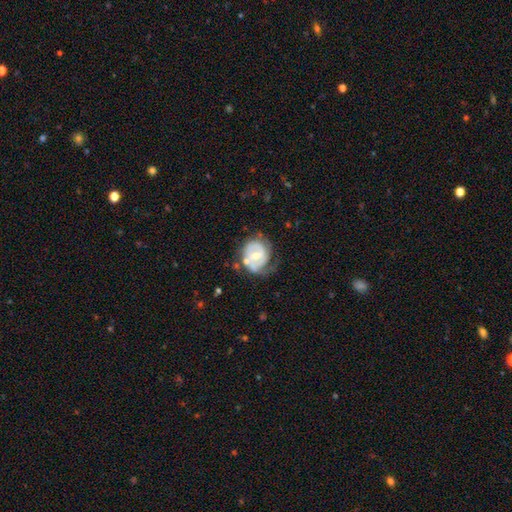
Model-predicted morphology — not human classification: smooth_or_featured: featured or disk (p=0.66) [alt: smooth p=0.28]
disk_edge_on: no (p=0.97) [alt: yes p=0.03]
bar: weak (p=0.43) [tied with: no p=0.43]
has_spiral_arms: yes (p=0.67) [alt: no p=0.33]
bulge_size: moderate (p=0.53) [alt: small p=0.40]
merging: none (p=0.41) [alt: minor disturbance p=0.30]